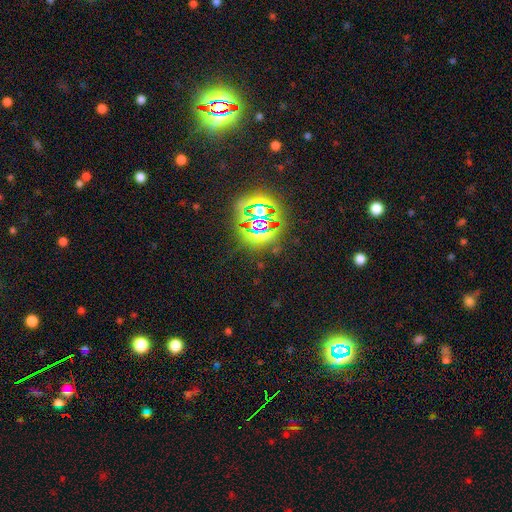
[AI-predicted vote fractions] A star or artifact, not a galaxy (80%).